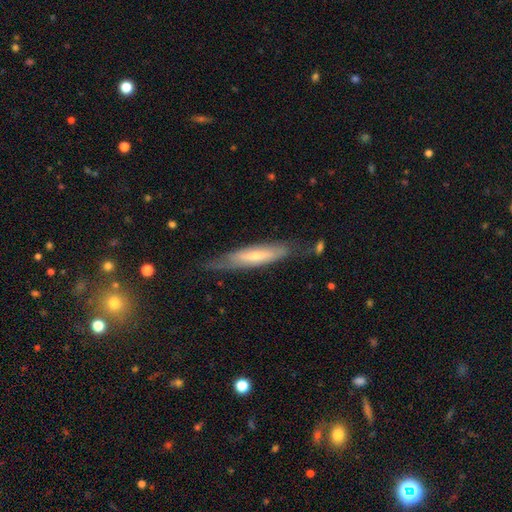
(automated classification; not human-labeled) This is possibly a featured or disk galaxy (52%). It is likely viewed edge-on (61%). Merging: likely none (66%).